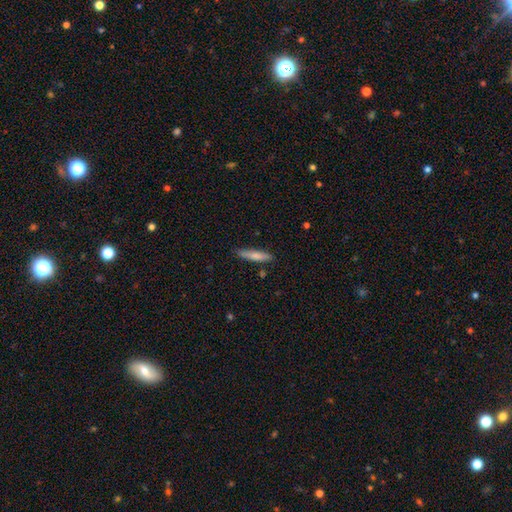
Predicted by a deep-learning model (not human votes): Morphology: type=smooth (73%); roundness=cigar-shaped (86%); merging=none (83%).